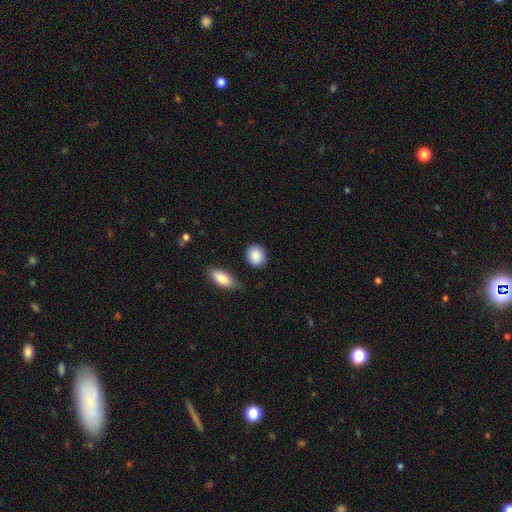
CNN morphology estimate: type=smooth (89%); roundness=round (68%); merging=none (80%).